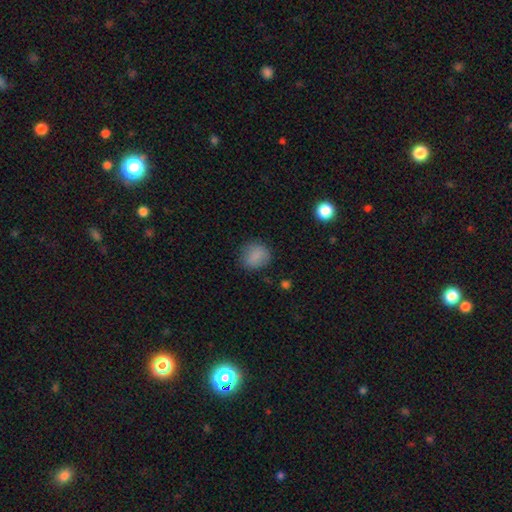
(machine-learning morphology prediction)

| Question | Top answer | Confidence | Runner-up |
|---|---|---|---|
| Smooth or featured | smooth | 84% | star or artifact (10%) |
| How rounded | round | 75% | in between (24%) |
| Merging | none | 80% | minor disturbance (14%) |